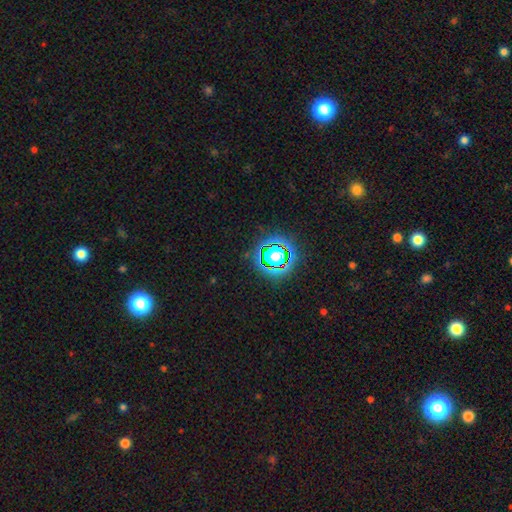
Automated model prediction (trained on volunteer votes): This appears to be a star or artifact, not a galaxy (78%).